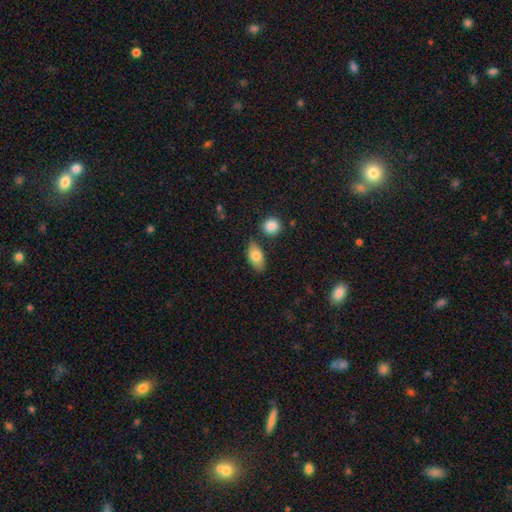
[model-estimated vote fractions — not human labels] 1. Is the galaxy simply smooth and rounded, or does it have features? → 80% smooth, 13% featured or disk, 7% star or artifact.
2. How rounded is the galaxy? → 90% in between, 6% round, 5% cigar-shaped.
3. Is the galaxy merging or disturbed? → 77% none, 13% minor disturbance, 7% merger, 3% major disturbance.